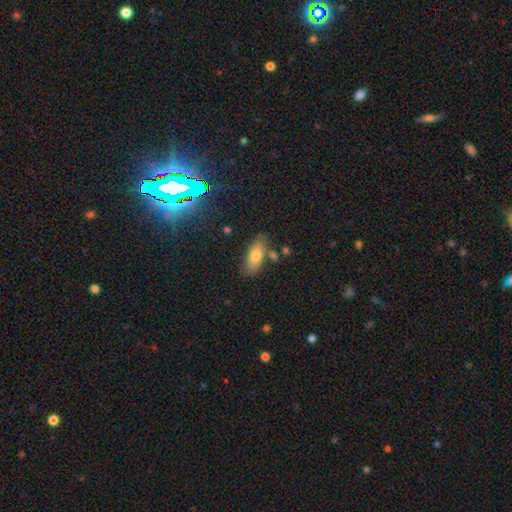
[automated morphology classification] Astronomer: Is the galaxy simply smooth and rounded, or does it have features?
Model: smooth — 74%.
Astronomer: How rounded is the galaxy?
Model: in between — 82%.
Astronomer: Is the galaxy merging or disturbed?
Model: none — 73%.